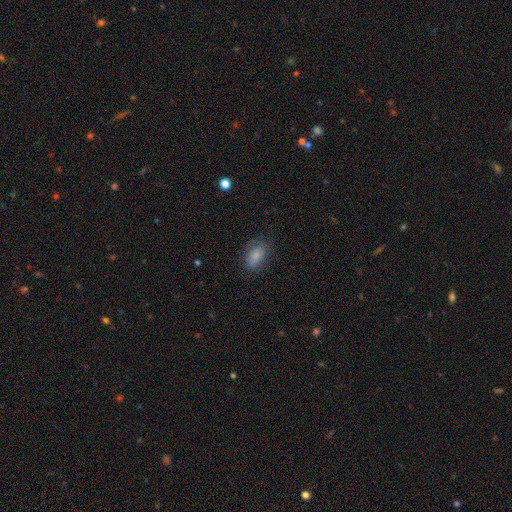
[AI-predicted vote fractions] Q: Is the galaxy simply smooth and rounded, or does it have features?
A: smooth — 78%.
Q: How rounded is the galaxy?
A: in between — 88%.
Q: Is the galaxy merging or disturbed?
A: none — 69%.